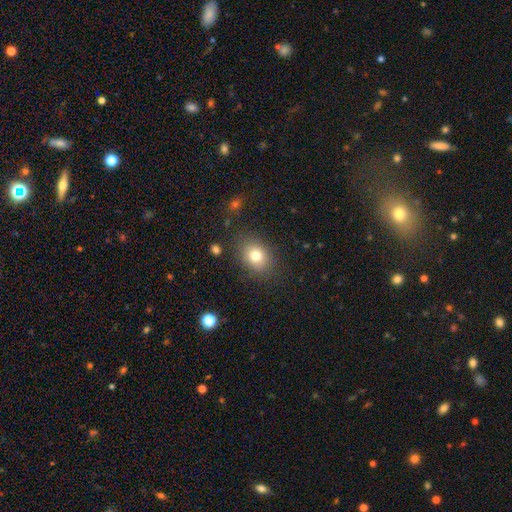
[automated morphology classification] Smooth or featured?
  - smooth: 78% *
  - star or artifact: 11%
  - featured or disk: 10%
How rounded?
  - in between: 56% *
  - round: 43%
  - cigar-shaped: 1%
Merging?
  - none: 83% *
  - minor disturbance: 11%
  - major disturbance: 4%
  - merger: 2%